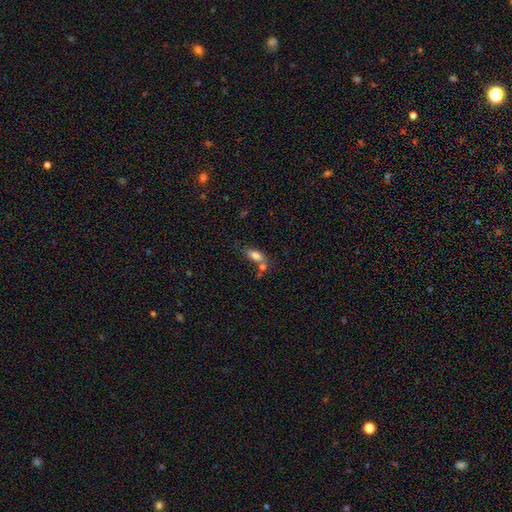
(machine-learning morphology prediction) This is likely a smooth galaxy (78%). How rounded: clearly in between (81%). Merging: marginally none (41%).